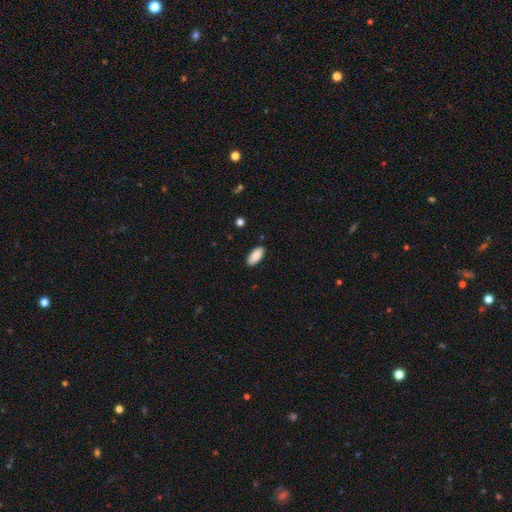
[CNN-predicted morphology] A smooth galaxy with no disk features (88%) that is in between round and cigar-shaped (89%).

Vote fractions:
- Smooth or featured? smooth: 88% / star or artifact: 6% / featured or disk: 6%
- How rounded? in between: 89% / cigar-shaped: 10% / round: 2%
- Merging? none: 88% / minor disturbance: 9% / major disturbance: 2% / merger: 1%